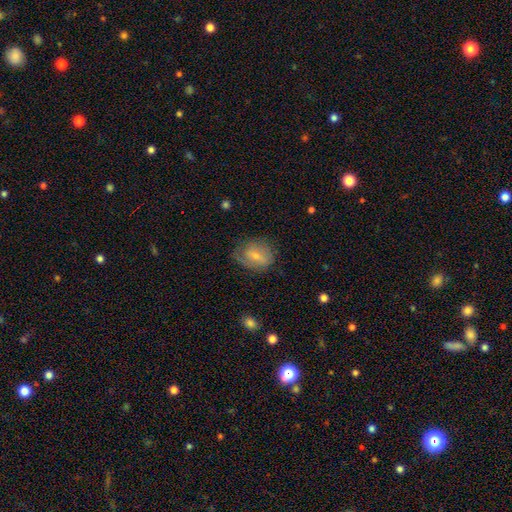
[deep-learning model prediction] Smooth or featured: smooth — 45% (featured or disk — 44%)
Merging: none — 65% (minor disturbance — 24%)